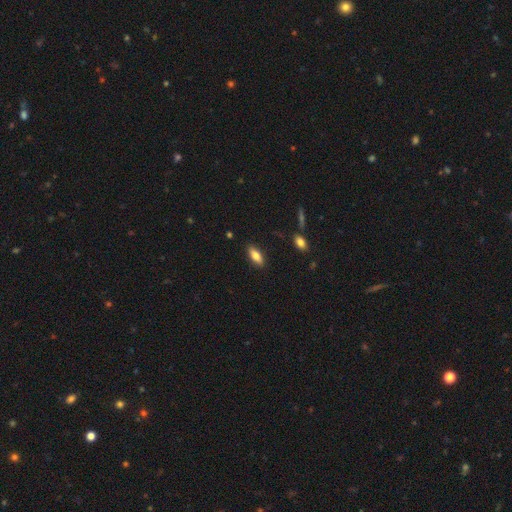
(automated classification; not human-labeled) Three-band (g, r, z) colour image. It shows a smooth galaxy with no disk features (78%) that is in between round and cigar-shaped (77%). Merging: none (88%).